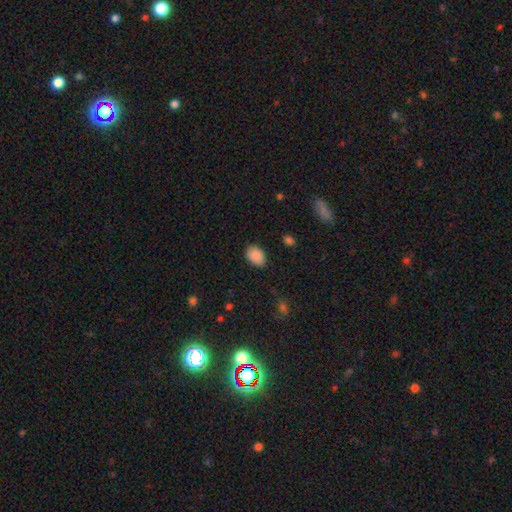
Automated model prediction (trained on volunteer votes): A smooth galaxy with no disk features (89%) that is in between round and cigar-shaped (81%).

Vote fractions:
- Smooth or featured? smooth: 89% / star or artifact: 8% / featured or disk: 3%
- How rounded? in between: 81% / round: 18% / cigar-shaped: 1%
- Merging? none: 85% / minor disturbance: 11% / major disturbance: 3% / merger: 1%